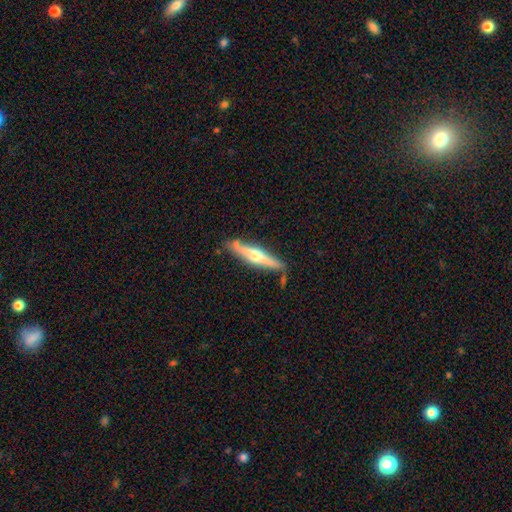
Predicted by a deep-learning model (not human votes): This is likely a featured or disk galaxy (64%). It is clearly viewed edge-on (95%). Edge-on bulge: clearly rounded (93%). Merging: likely none (76%).